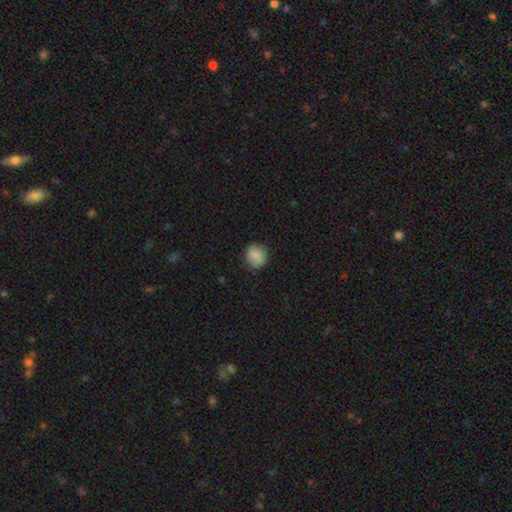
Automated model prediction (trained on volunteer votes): Q: Smooth or featured?
A: smooth (81%); runner-up: featured or disk (11%)
Q: How rounded?
A: round (88%); runner-up: in between (11%)
Q: Merging?
A: none (81%); runner-up: minor disturbance (14%)